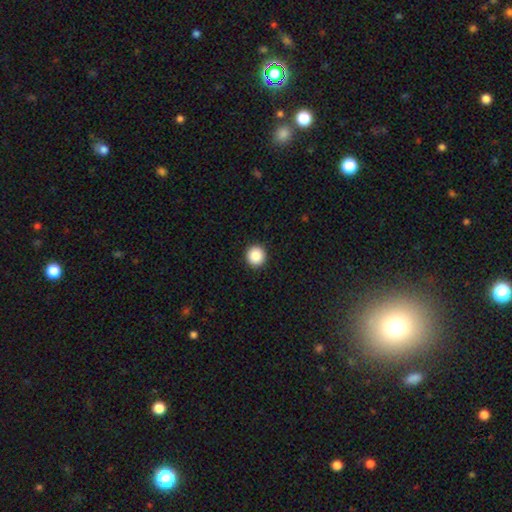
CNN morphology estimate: smooth 88%, star or artifact 9%, featured or disk 4%. Down the decision tree: how rounded — round (95%); merging — none (93%).